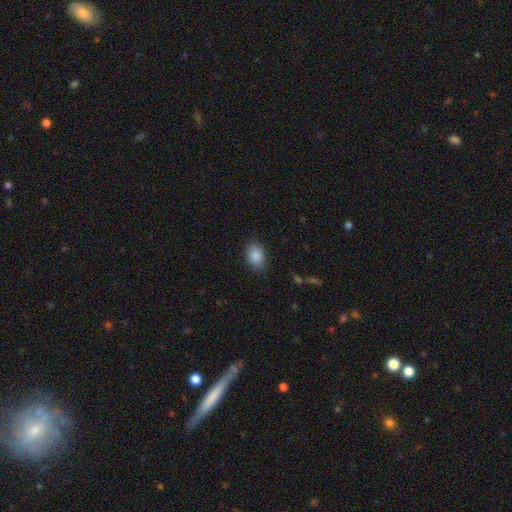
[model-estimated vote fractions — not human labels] smooth-or-featured: smooth: 88% | star or artifact: 8% | featured or disk: 4%
  how-rounded: in between: 80% | round: 19% | cigar-shaped: 1%
  merging: none: 85% | minor disturbance: 11% | major disturbance: 3% | merger: 1%